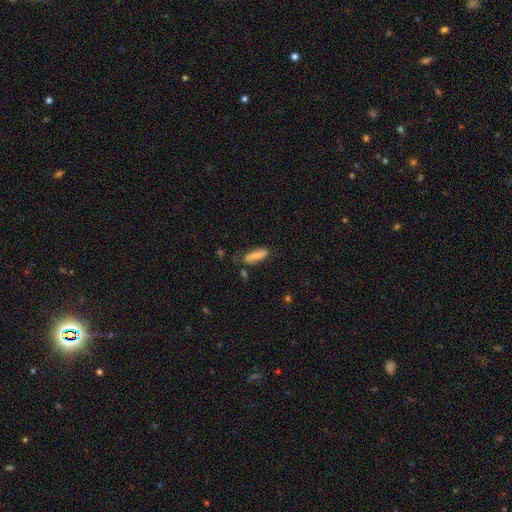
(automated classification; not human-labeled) Smooth or featured?
  - smooth: 71% *
  - featured or disk: 22%
  - star or artifact: 7%
How rounded?
  - in between: 57% *
  - cigar-shaped: 40%
  - round: 3%
Merging?
  - none: 66% *
  - minor disturbance: 22%
  - merger: 6%
  - major disturbance: 6%